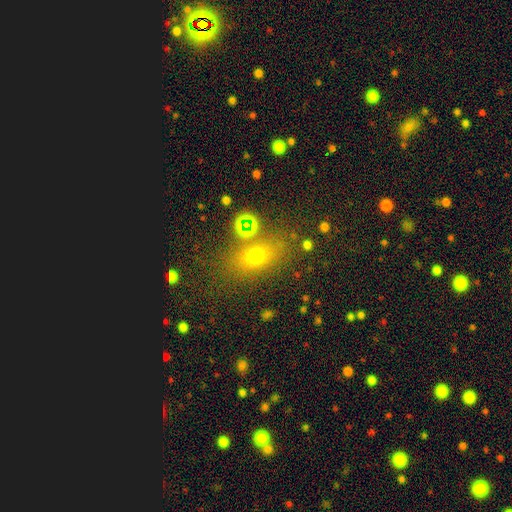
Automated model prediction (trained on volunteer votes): A smooth galaxy with no disk features (64%) that is in between round and cigar-shaped (65%).

Vote fractions:
- Smooth or featured? smooth: 64% / star or artifact: 22% / featured or disk: 14%
- How rounded? in between: 65% / round: 26% / cigar-shaped: 9%
- Merging? none: 74% / minor disturbance: 13% / merger: 8% / major disturbance: 6%